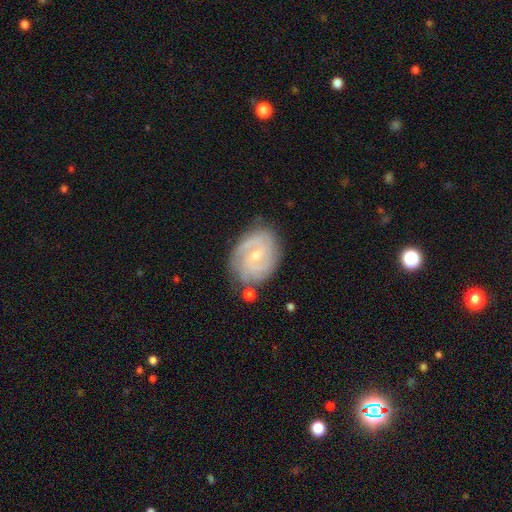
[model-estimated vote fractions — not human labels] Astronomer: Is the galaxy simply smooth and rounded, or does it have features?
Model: featured or disk — 84%.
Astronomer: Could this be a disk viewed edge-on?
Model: no — 97%.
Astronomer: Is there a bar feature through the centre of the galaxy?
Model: no — 52% (runner-up: weak, 41%).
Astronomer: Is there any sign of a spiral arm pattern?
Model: yes — 97%.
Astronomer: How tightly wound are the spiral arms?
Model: tight — 63%.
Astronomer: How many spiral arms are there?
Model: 2 — 39% (runner-up: 3, 26%).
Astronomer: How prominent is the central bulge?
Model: small — 65%.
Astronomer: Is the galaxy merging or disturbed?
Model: none — 75%.